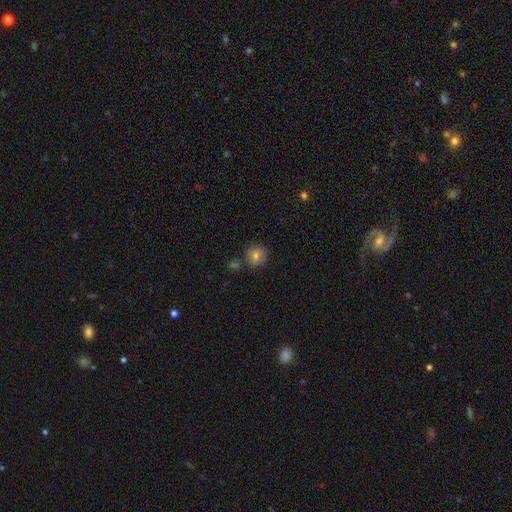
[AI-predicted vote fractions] smooth-or-featured: smooth: 78% | star or artifact: 12% | featured or disk: 10%
  how-rounded: round: 91% | in between: 8% | cigar-shaped: 1%
  merging: none: 81% | minor disturbance: 9% | merger: 8% | major disturbance: 2%